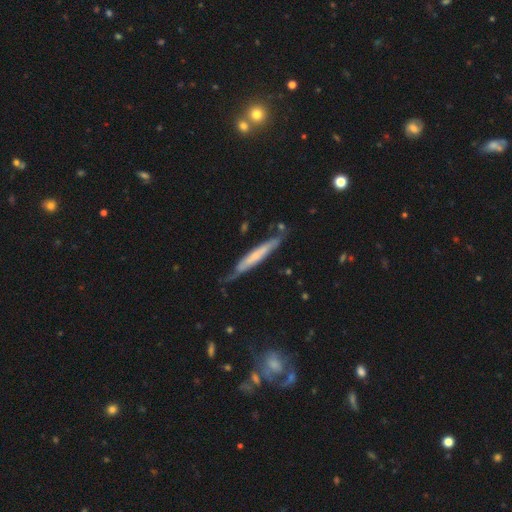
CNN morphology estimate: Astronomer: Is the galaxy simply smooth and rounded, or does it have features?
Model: featured or disk — 53% (runner-up: smooth, 42%).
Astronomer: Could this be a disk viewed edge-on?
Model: yes — 80%.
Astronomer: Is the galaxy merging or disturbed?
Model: none — 64%.